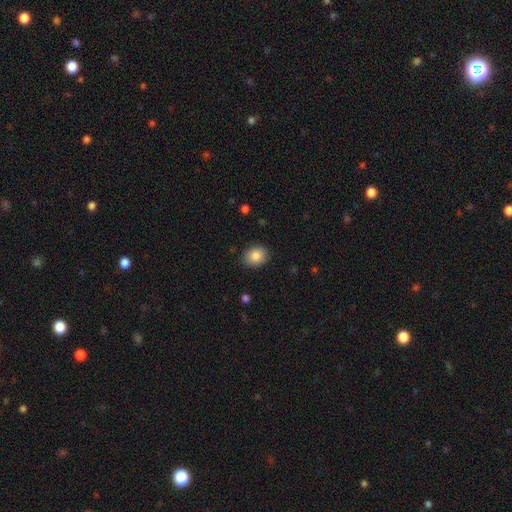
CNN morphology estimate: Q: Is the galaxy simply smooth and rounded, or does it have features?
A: smooth — 86%.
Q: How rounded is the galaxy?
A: round — 51%.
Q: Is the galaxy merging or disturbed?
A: none — 87%.